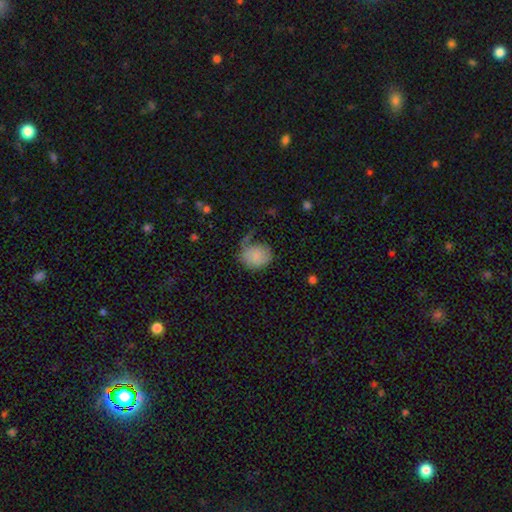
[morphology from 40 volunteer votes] This is likely a smooth galaxy (78%). How rounded: likely round (61%). Merging: marginally none (45%).